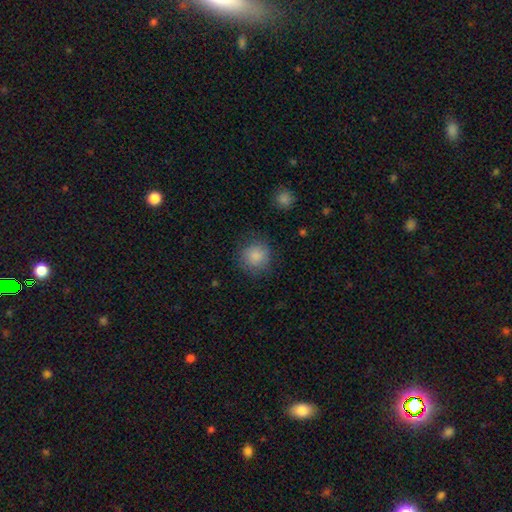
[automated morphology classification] A smooth galaxy with no disk features (86%) that is round (91%). Merging: none (81%).